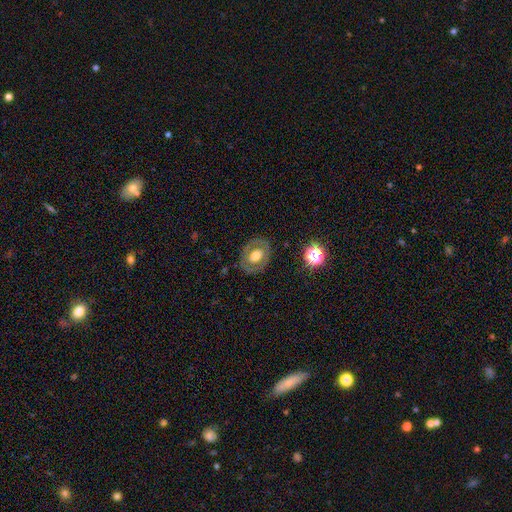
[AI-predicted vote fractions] Smooth or featured? smooth (47%)
Merging? none (80%)